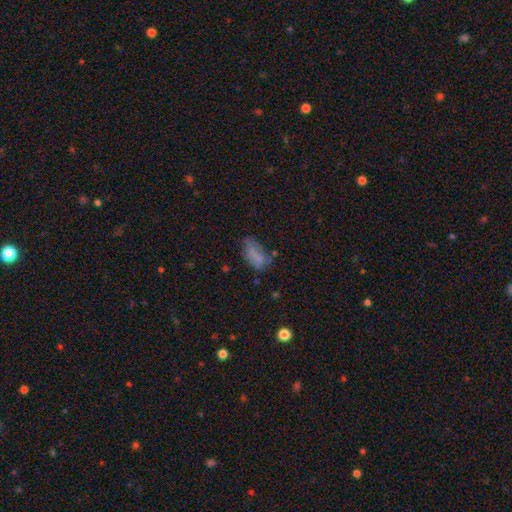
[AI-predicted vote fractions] The model was most divided on "merging": none: 42%, minor disturbance: 30%, major disturbance: 21%, merger: 7%. More confident: how rounded — in between (85%); smooth or featured — smooth (68%).